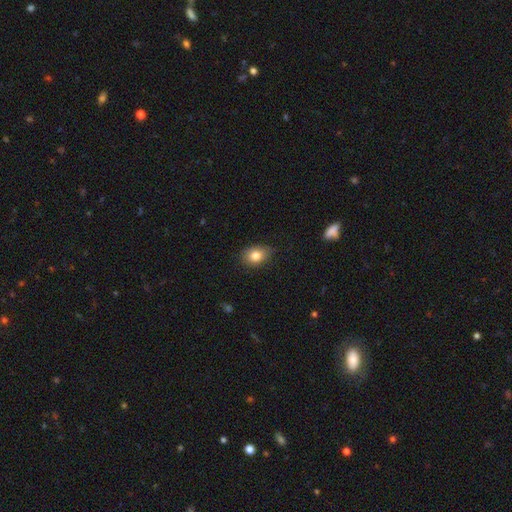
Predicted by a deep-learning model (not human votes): Morphology: type=smooth (82%); roundness=in between (70%); merging=none (79%).